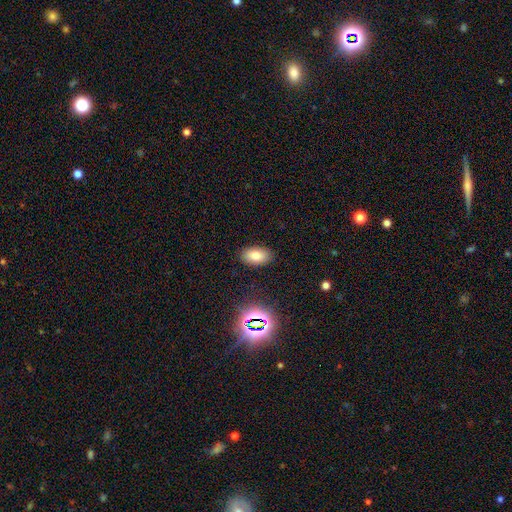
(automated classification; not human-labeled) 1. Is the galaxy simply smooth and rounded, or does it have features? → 76% smooth, 13% star or artifact, 11% featured or disk.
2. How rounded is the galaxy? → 92% in between, 6% round, 2% cigar-shaped.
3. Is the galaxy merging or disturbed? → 88% none, 9% minor disturbance, 2% major disturbance, 1% merger.